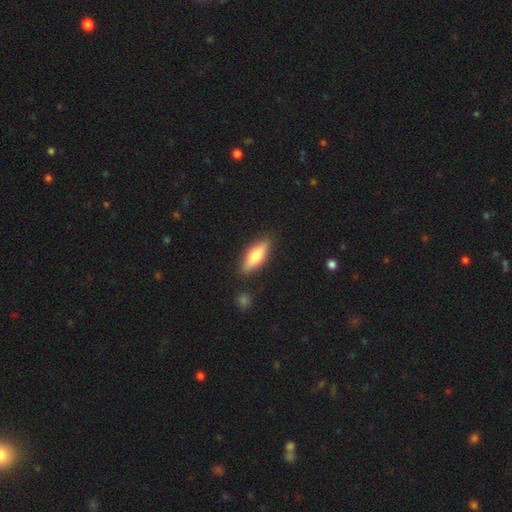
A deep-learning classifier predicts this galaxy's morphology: Smooth or featured: smooth — 65% (featured or disk — 29%)
How rounded: in between — 61% (cigar-shaped — 37%)
Merging: none — 86% (minor disturbance — 10%)